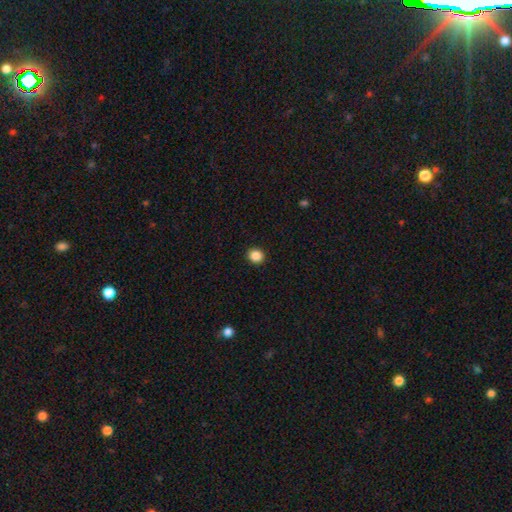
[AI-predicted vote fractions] smooth_or_featured: smooth (p=0.87) [alt: star or artifact p=0.10]
how_rounded: round (p=0.86) [alt: in between p=0.13]
merging: none (p=0.93) [alt: minor disturbance p=0.05]